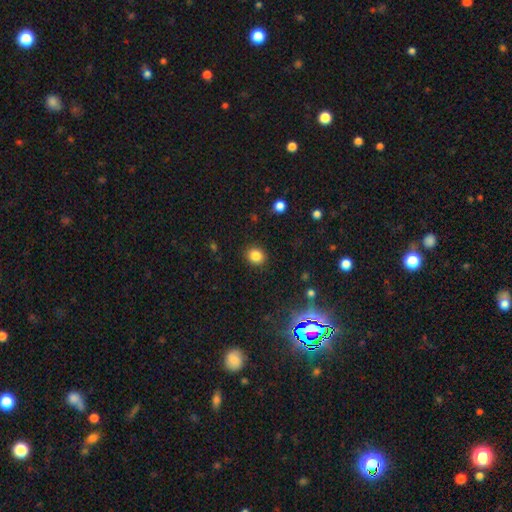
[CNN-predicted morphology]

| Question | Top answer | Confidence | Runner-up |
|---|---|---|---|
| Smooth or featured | smooth | 84% | star or artifact (12%) |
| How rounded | round | 72% | in between (27%) |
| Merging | none | 90% | minor disturbance (7%) |